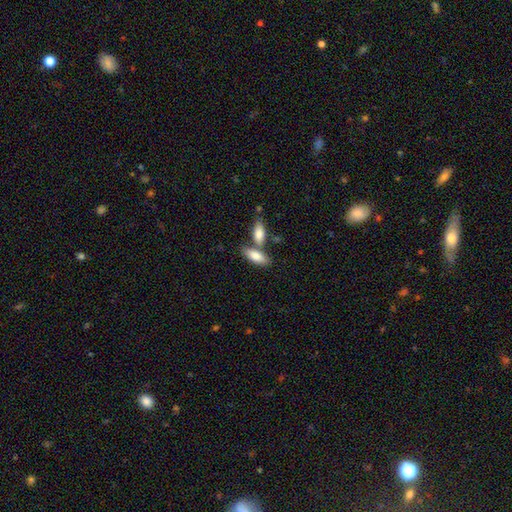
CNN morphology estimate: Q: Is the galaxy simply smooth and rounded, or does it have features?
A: smooth — 82%.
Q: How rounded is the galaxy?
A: in between — 77%.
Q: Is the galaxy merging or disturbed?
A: none — 48%.